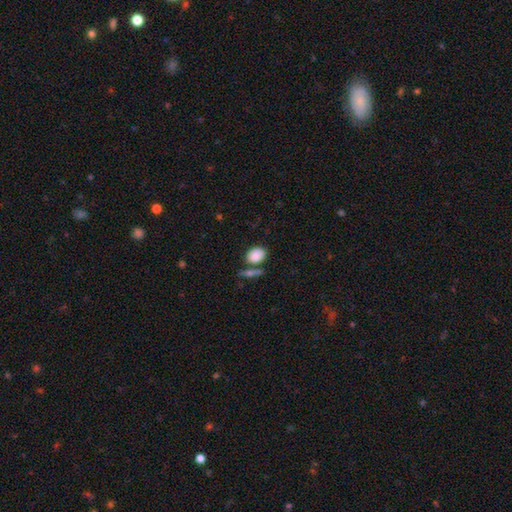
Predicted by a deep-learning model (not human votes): smooth 86%, star or artifact 8%, featured or disk 6%. Down the decision tree: how rounded — in between (69%); merging — none (61%).